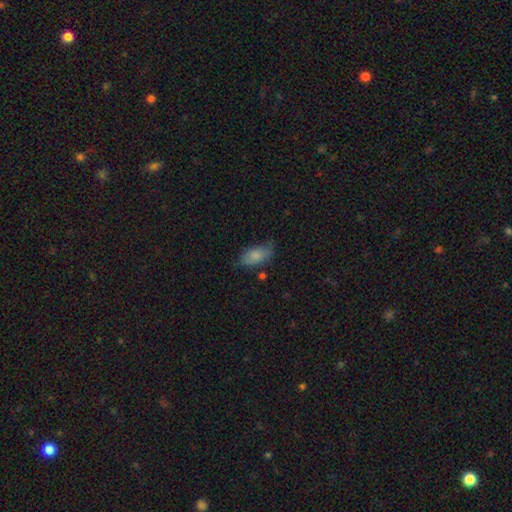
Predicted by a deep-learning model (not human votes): Q: Smooth or featured?
A: smooth (79%); runner-up: featured or disk (13%)
Q: How rounded?
A: in between (90%); runner-up: cigar-shaped (7%)
Q: Merging?
A: none (62%); runner-up: minor disturbance (27%)